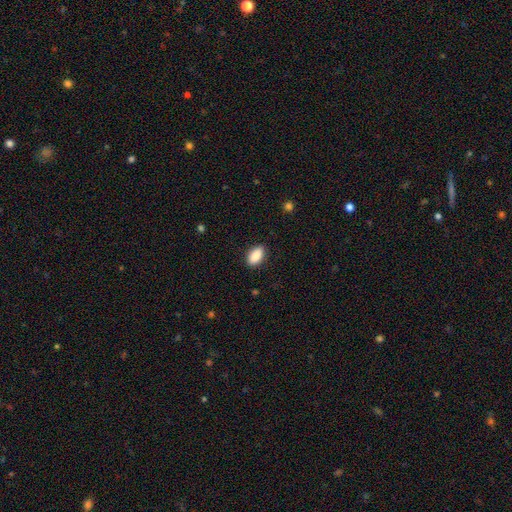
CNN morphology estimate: smooth-or-featured: smooth: 89% | star or artifact: 7% | featured or disk: 4%
  how-rounded: in between: 92% | round: 4% | cigar-shaped: 3%
  merging: none: 88% | minor disturbance: 9% | major disturbance: 2% | merger: 1%